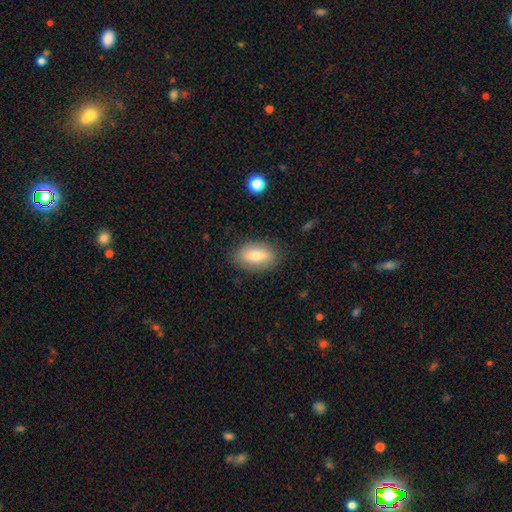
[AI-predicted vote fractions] smooth 72%, featured or disk 21%, star or artifact 8%. Down the decision tree: how rounded — in between (88%); merging — none (84%).